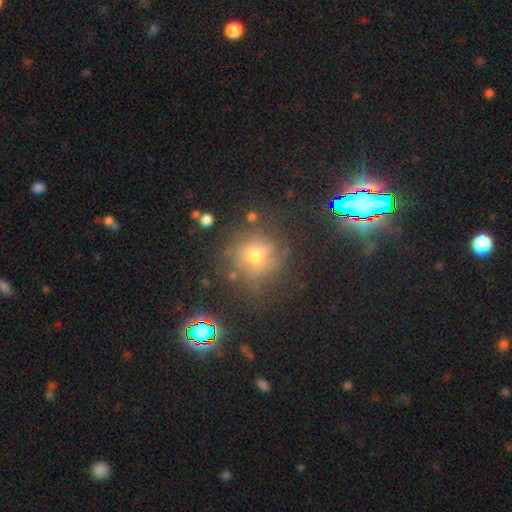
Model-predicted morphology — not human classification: smooth 59%, star or artifact 24%, featured or disk 18%. Down the decision tree: how rounded — round (88%); merging — none (71%).